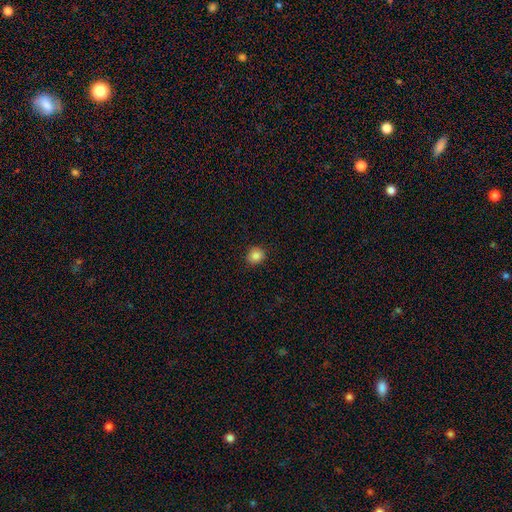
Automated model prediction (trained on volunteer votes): Smooth or featured: smooth — 86% (star or artifact — 10%)
How rounded: round — 82% (in between — 17%)
Merging: none — 90% (minor disturbance — 7%)